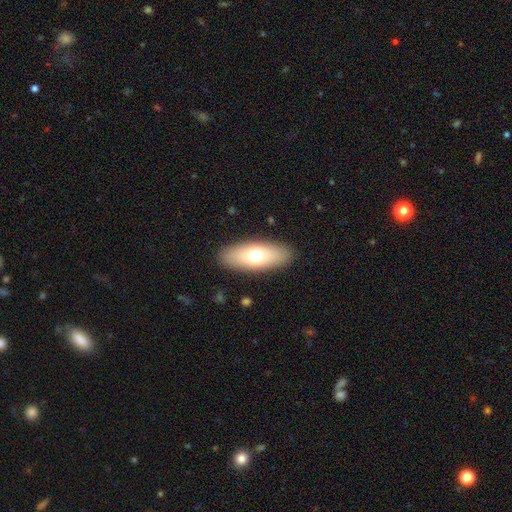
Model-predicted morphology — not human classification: Smooth or featured: smooth — 67% (featured or disk — 25%)
How rounded: in between — 77% (cigar-shaped — 19%)
Merging: none — 88% (minor disturbance — 8%)